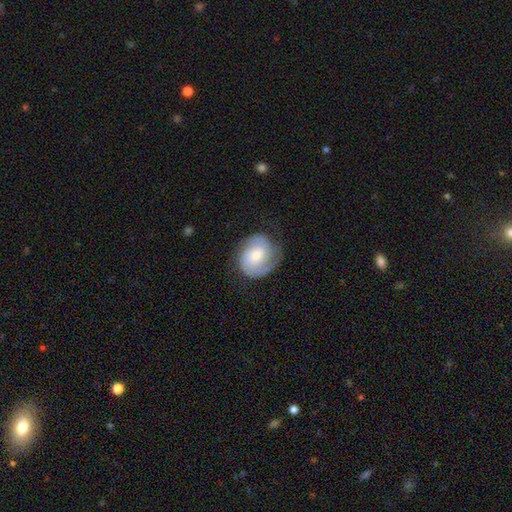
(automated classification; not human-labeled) Smooth or featured?
  - featured or disk: 62% *
  - smooth: 32%
  - star or artifact: 7%
Edge-on disk?
  - no: 98% *
  - yes: 2%
Bar?
  - no: 59% *
  - weak: 35%
  - strong: 6%
Spiral arms?
  - yes: 91% *
  - no: 9%
Spiral winding?
  - tight: 49% *
  - medium: 37%
  - loose: 13%
Spiral arm count?
  - 2: 65% *
  - can't tell: 16%
  - 1: 9%
  - 3: 6%
  - 4: 2%
  - more than 4: 2%
Bulge size?
  - moderate: 46% *
  - small: 31%
  - large: 15%
  - none: 6%
  - dominant: 3%
Merging?
  - none: 68% *
  - minor disturbance: 21%
  - major disturbance: 10%
  - merger: 1%